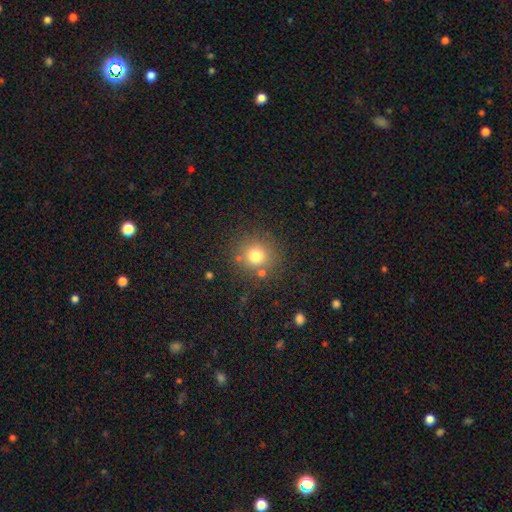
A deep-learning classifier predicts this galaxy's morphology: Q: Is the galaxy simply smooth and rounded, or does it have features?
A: smooth — 75%.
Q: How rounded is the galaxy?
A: round — 90%.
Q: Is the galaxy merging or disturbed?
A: none — 80%.